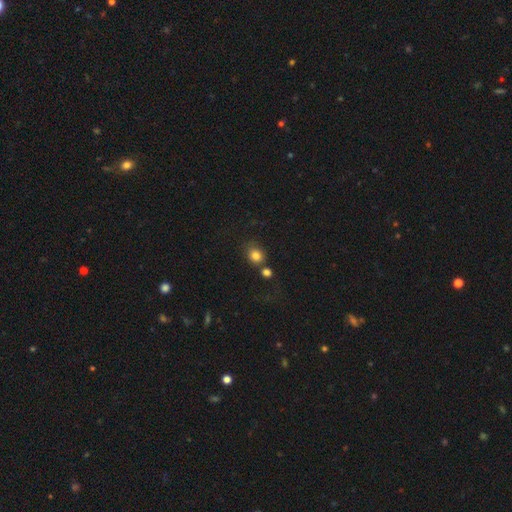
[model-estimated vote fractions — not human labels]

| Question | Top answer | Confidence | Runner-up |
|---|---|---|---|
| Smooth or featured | smooth | 82% | star or artifact (11%) |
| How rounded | round | 73% | in between (26%) |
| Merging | none | 61% | merger (20%) |